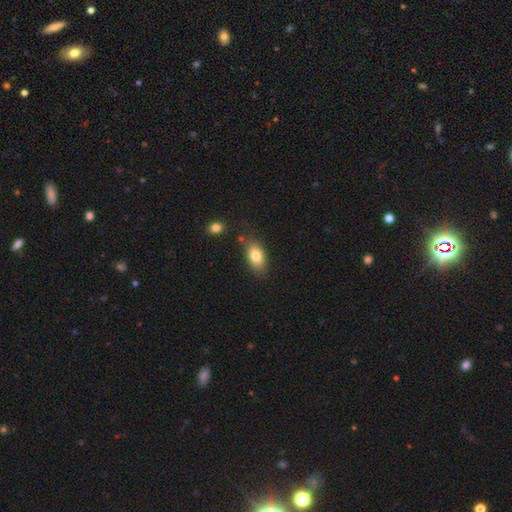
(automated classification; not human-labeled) Smooth or featured: smooth — 80% (featured or disk — 12%)
How rounded: in between — 87% (round — 9%)
Merging: none — 76% (minor disturbance — 15%)